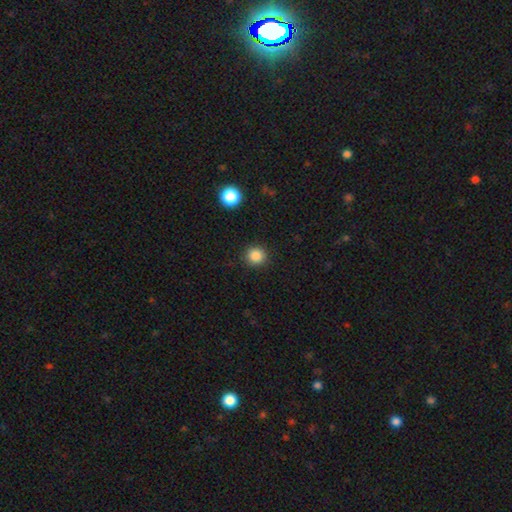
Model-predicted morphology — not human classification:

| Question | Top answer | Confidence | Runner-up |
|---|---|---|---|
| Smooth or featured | smooth | 85% | star or artifact (11%) |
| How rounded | round | 93% | in between (6%) |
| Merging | none | 91% | minor disturbance (6%) |